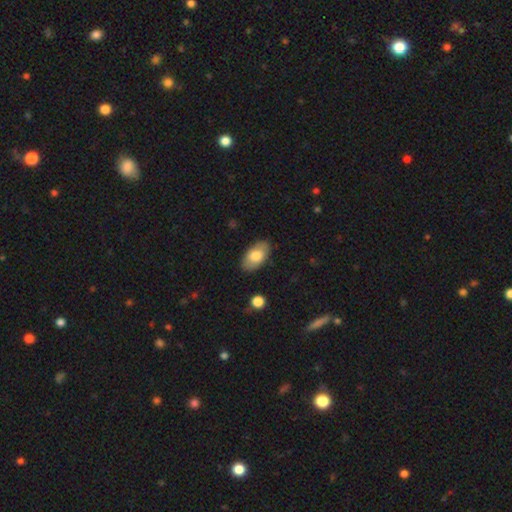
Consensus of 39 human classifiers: Smooth or featured?
  - smooth: 69% *
  - featured or disk: 21%
  - star or artifact: 10%
How rounded?
  - in between: 100% *
  - round: 0%
  - cigar-shaped: 0%
Merging?
  - none: 80% *
  - minor disturbance: 11%
  - major disturbance: 6%
  - merger: 3%